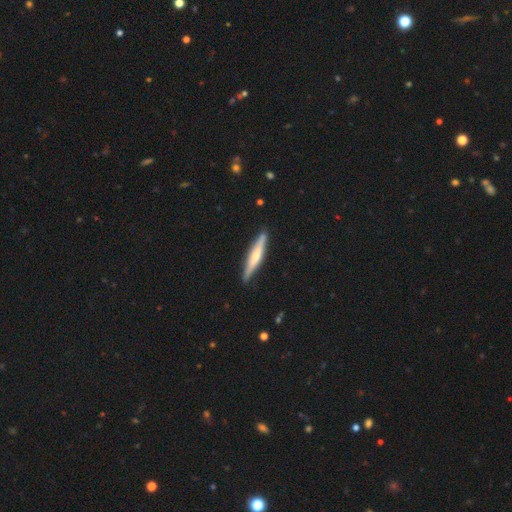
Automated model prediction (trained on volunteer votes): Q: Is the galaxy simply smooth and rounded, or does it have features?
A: featured or disk — 52%.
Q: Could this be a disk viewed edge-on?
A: yes — 95%.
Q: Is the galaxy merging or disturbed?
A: none — 88%.